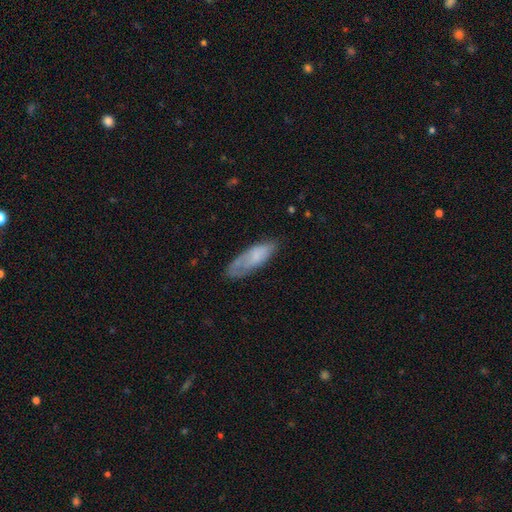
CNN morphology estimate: type=smooth (66%); roundness=in between (64%); merging=none (54%).